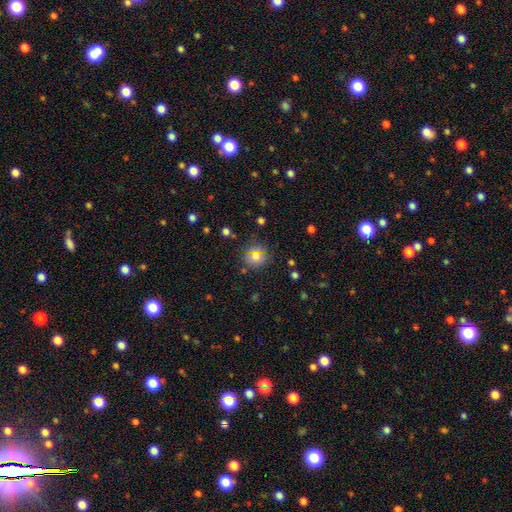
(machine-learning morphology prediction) Smooth or featured: smooth — 71% (star or artifact — 19%)
How rounded: round — 88% (in between — 11%)
Merging: none — 83% (minor disturbance — 11%)